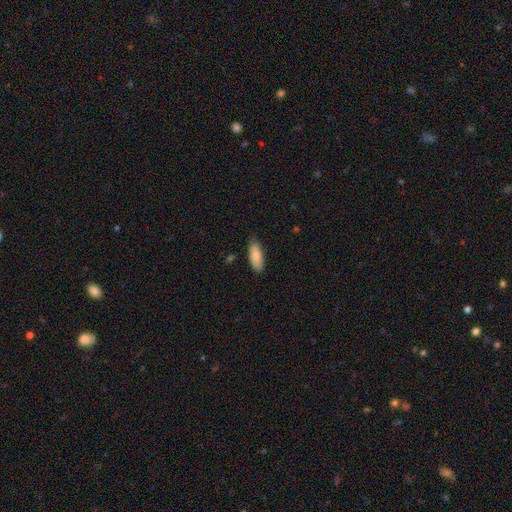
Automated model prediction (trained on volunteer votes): Smooth or featured?
  - smooth: 84% *
  - featured or disk: 11%
  - star or artifact: 6%
How rounded?
  - in between: 79% *
  - cigar-shaped: 19%
  - round: 2%
Merging?
  - none: 81% *
  - minor disturbance: 16%
  - major disturbance: 2%
  - merger: 1%